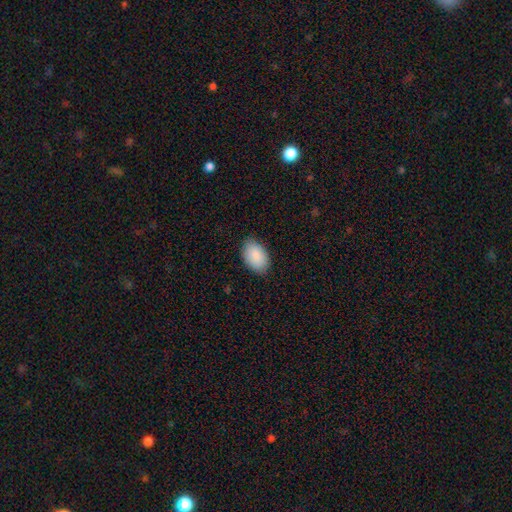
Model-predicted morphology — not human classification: Smooth or featured: smooth — 90% (star or artifact — 6%)
How rounded: in between — 93% (round — 6%)
Merging: none — 84% (minor disturbance — 13%)